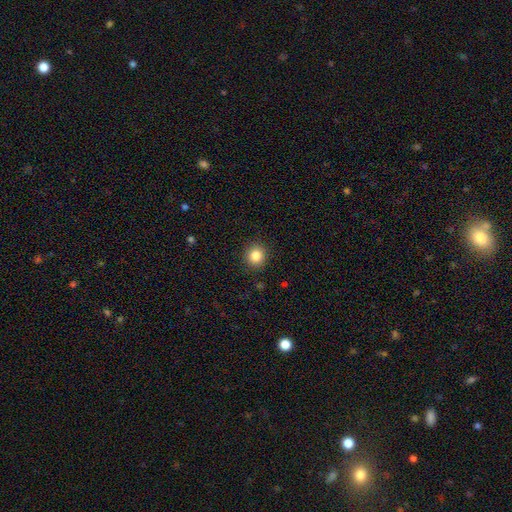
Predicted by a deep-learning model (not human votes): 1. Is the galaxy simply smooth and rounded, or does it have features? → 84% smooth, 10% star or artifact, 5% featured or disk.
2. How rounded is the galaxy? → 88% round, 11% in between, 1% cigar-shaped.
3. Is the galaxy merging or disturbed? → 90% none, 6% minor disturbance, 2% major disturbance, 1% merger.